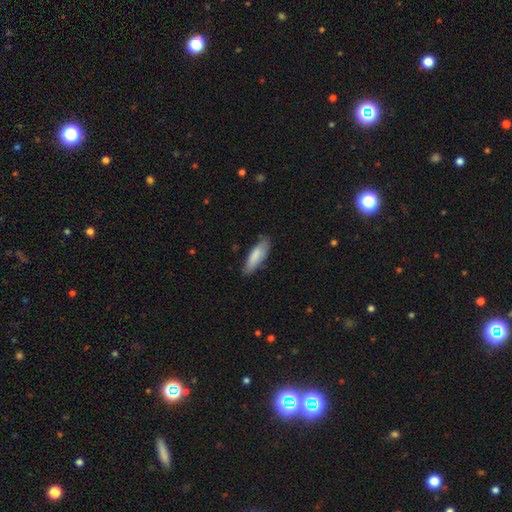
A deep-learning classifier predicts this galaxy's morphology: Smooth or featured: smooth — 83% (featured or disk — 12%)
How rounded: cigar-shaped — 50% (in between — 49%)
Merging: none — 79% (minor disturbance — 17%)